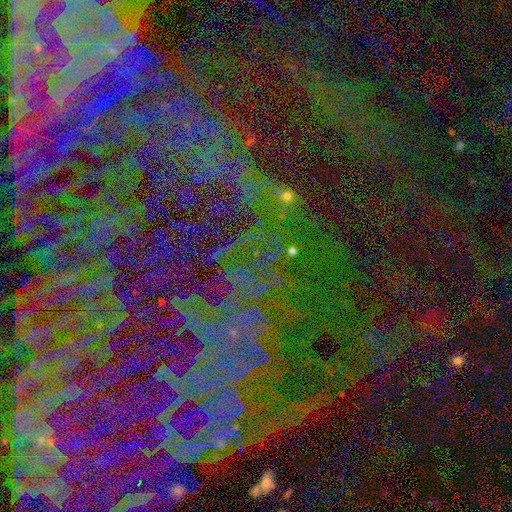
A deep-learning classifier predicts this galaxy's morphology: Q: Smooth or featured?
A: star or artifact (84%); runner-up: featured or disk (9%)